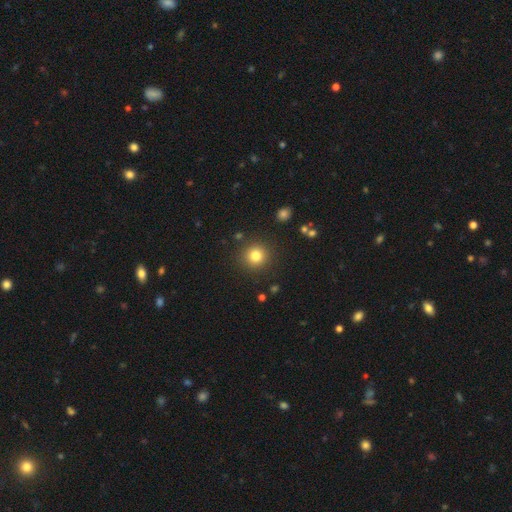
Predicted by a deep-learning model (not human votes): Smooth or featured? Predicted: smooth (p=0.81). How rounded? Predicted: round (p=0.94). Merging? Predicted: none (p=0.89).